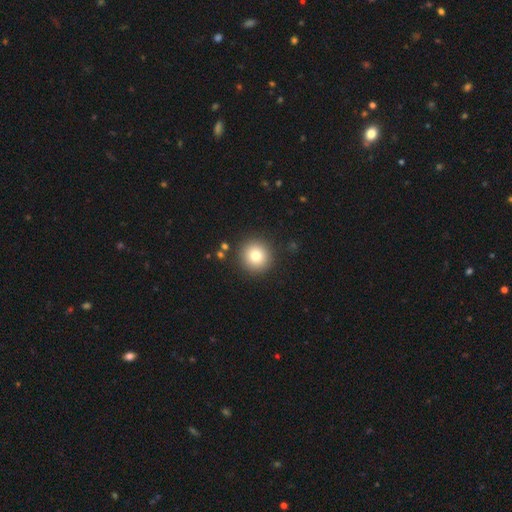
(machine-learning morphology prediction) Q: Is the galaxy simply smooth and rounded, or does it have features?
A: smooth — 80%.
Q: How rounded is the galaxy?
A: round — 95%.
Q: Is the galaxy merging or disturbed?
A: none — 89%.